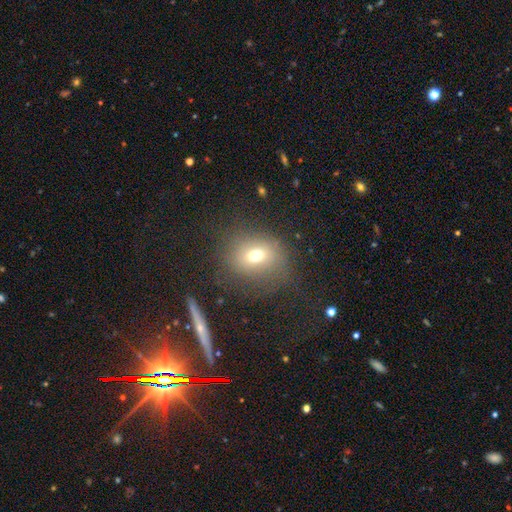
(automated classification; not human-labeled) A smooth galaxy with no disk features (67%) that is round (63%). Merging: none (69%).